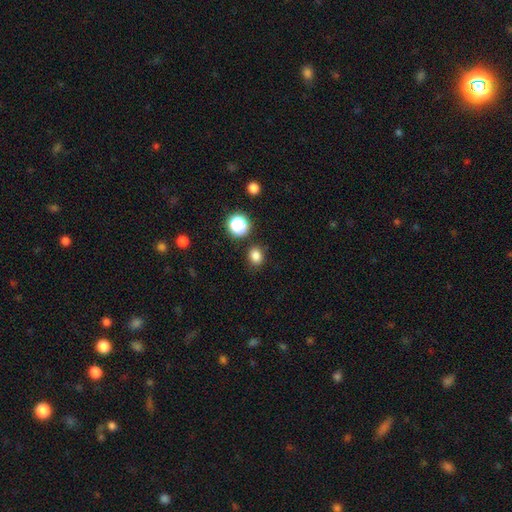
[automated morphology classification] smooth_or_featured: smooth (p=0.81) [alt: star or artifact p=0.15]
how_rounded: round (p=0.64) [alt: in between p=0.35]
merging: none (p=0.85) [alt: minor disturbance p=0.09]